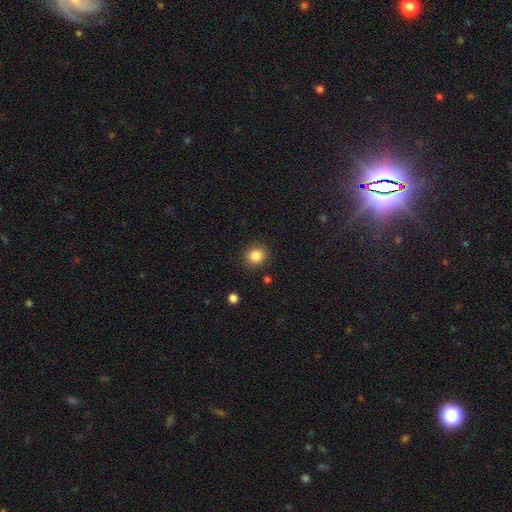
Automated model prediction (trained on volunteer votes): smooth 85%, star or artifact 10%, featured or disk 5%. Down the decision tree: how rounded — round (83%); merging — none (89%).